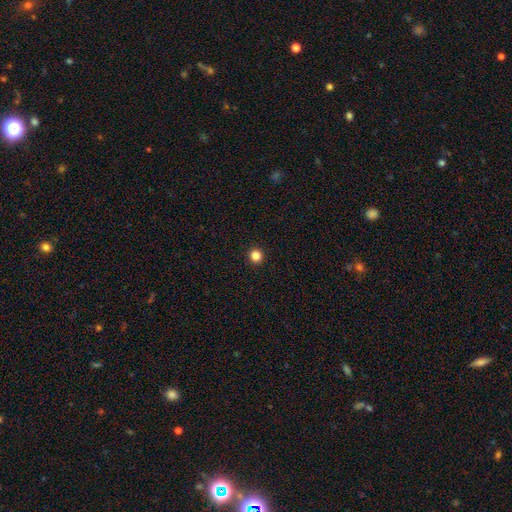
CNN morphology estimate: Q: Smooth or featured?
A: smooth (84%); runner-up: star or artifact (12%)
Q: How rounded?
A: round (96%); runner-up: in between (3%)
Q: Merging?
A: none (94%); runner-up: minor disturbance (3%)